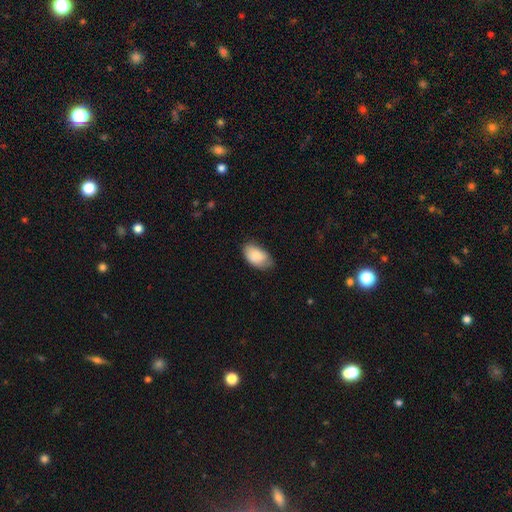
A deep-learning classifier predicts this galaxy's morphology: The model was most divided on "merging": none: 59%, minor disturbance: 32%, major disturbance: 7%, merger: 1%. More confident: how rounded — in between (93%); smooth or featured — smooth (85%).